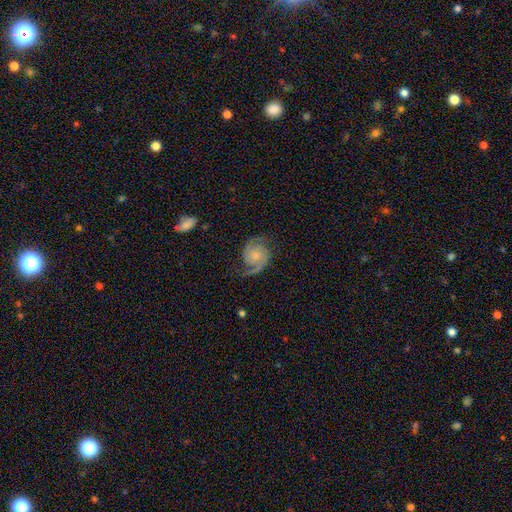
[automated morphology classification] Smooth or featured?
  - featured or disk: 86% *
  - smooth: 8%
  - star or artifact: 5%
Edge-on disk?
  - no: 98% *
  - yes: 2%
Bar?
  - no: 71% *
  - weak: 25%
  - strong: 4%
Spiral arms?
  - yes: 98% *
  - no: 2%
Spiral winding?
  - medium: 50% *
  - tight: 28%
  - loose: 22%
Spiral arm count?
  - 2: 89% *
  - 1: 4%
  - can't tell: 3%
  - 3: 2%
  - 4: 1%
  - more than 4: 1%
Bulge size?
  - small: 50% *
  - moderate: 28%
  - none: 16%
  - large: 4%
  - dominant: 2%
Merging?
  - none: 73% *
  - minor disturbance: 16%
  - major disturbance: 9%
  - merger: 2%